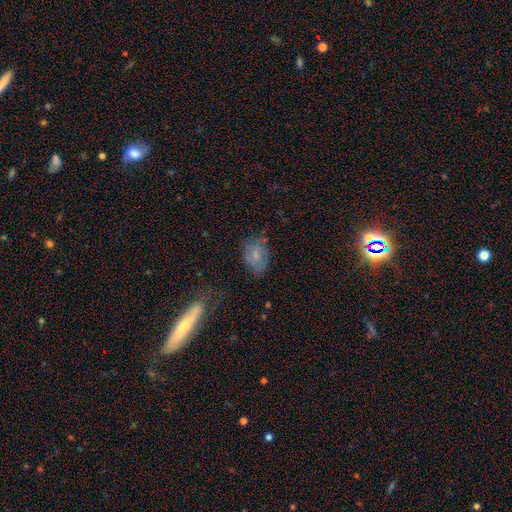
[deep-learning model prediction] Q: Smooth or featured?
A: smooth (70%); runner-up: featured or disk (21%)
Q: How rounded?
A: in between (80%); runner-up: round (18%)
Q: Merging?
A: none (61%); runner-up: minor disturbance (25%)